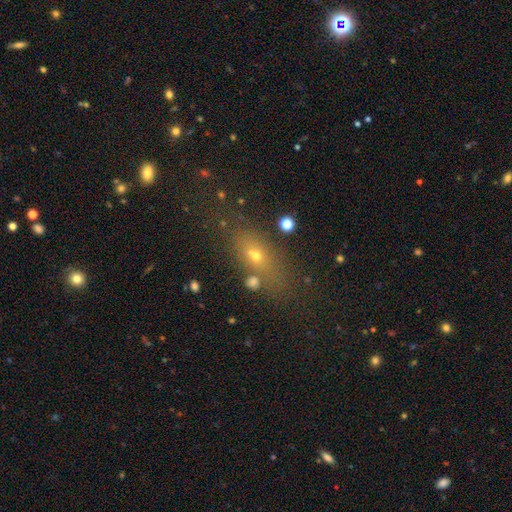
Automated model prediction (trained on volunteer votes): smooth 55%, featured or disk 23%, star or artifact 22%. Down the decision tree: how rounded — in between (60%); merging — none (63%).